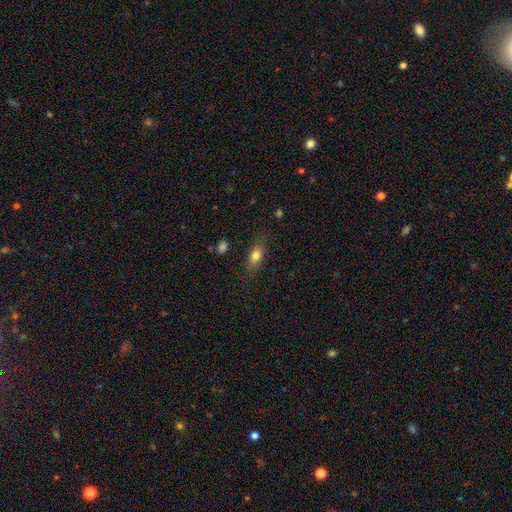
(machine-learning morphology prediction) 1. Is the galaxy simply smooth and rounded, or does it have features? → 78% smooth, 13% featured or disk, 9% star or artifact.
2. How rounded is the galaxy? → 78% in between, 13% cigar-shaped, 9% round.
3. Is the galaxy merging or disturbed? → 79% none, 15% minor disturbance, 5% major disturbance, 2% merger.